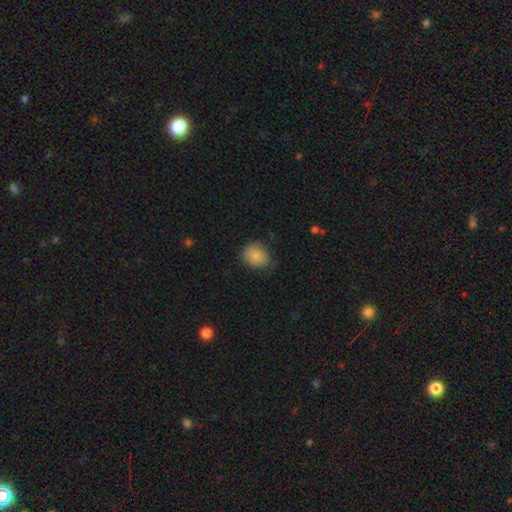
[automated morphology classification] A smooth galaxy with no disk features (85%) that is round (55%).

Vote fractions:
- Smooth or featured? smooth: 85% / star or artifact: 8% / featured or disk: 7%
- How rounded? round: 55% / in between: 44% / cigar-shaped: 1%
- Merging? none: 68% / minor disturbance: 25% / major disturbance: 6% / merger: 1%